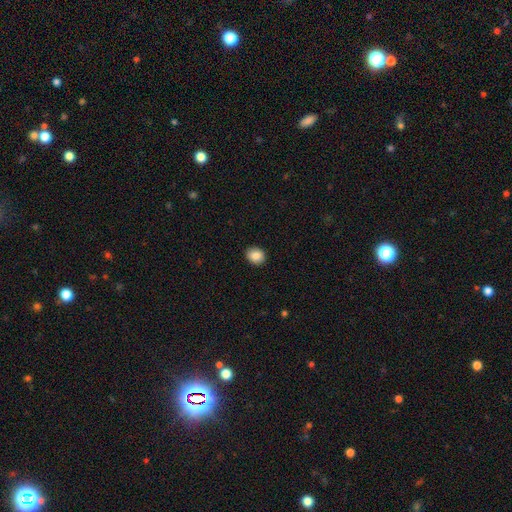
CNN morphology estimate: This appears to be a smooth galaxy with no disk features (87%) that is round (63%). Merging: none (91%).